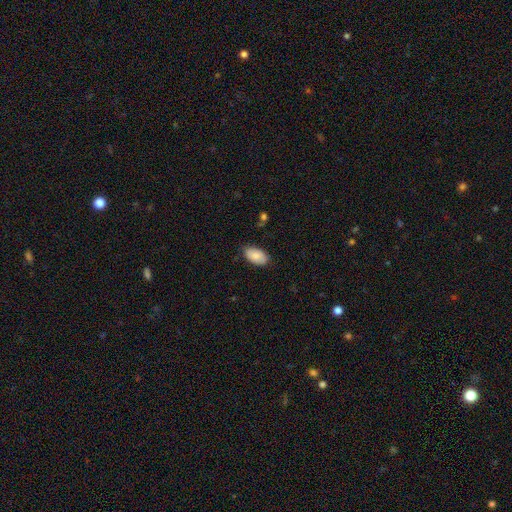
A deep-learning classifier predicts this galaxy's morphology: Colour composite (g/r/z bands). It shows a smooth galaxy with no disk features (84%) that is in between round and cigar-shaped (95%). Merging: none (79%).